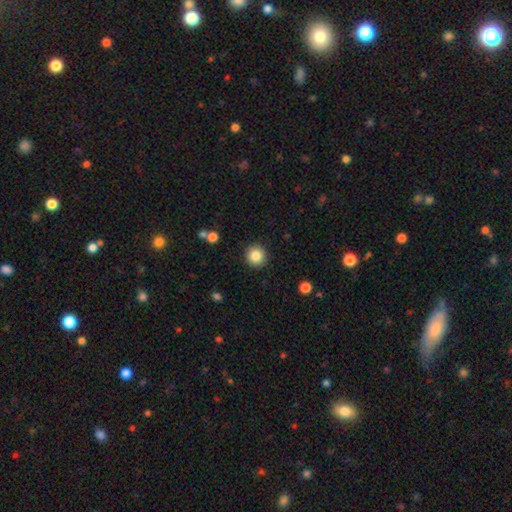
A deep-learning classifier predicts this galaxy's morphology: Smooth or featured?
  - smooth: 84% *
  - star or artifact: 10%
  - featured or disk: 6%
How rounded?
  - round: 94% *
  - in between: 5%
  - cigar-shaped: 1%
Merging?
  - none: 91% *
  - minor disturbance: 5%
  - major disturbance: 2%
  - merger: 1%